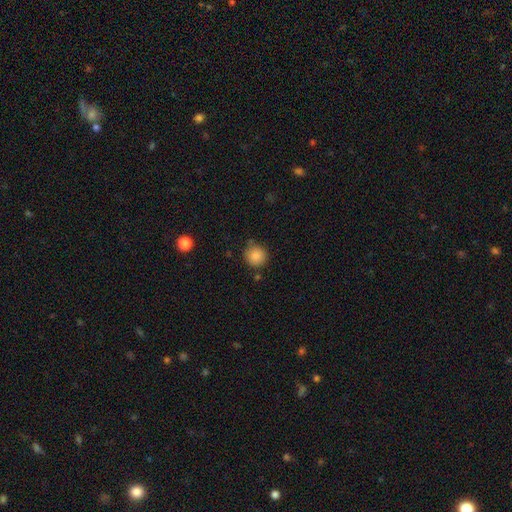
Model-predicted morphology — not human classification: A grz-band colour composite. It shows a smooth galaxy with no disk features (85%) that is round (92%). Merging: none (79%).